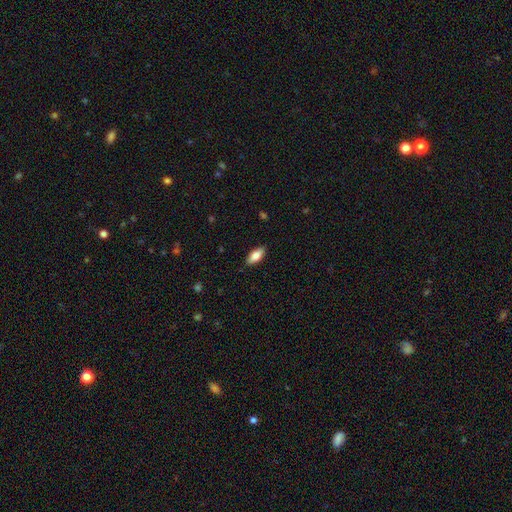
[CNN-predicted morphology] This is likely a smooth galaxy (79%). How rounded: clearly in between (86%). Merging: clearly none (88%).